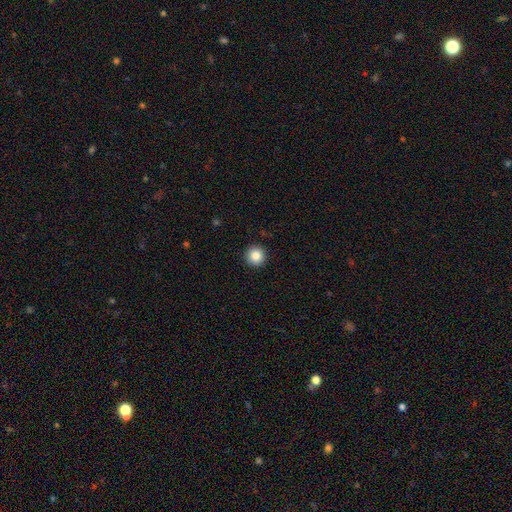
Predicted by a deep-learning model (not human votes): Smooth or featured: smooth — 85% (star or artifact — 10%)
How rounded: round — 96% (in between — 3%)
Merging: none — 93% (minor disturbance — 4%)